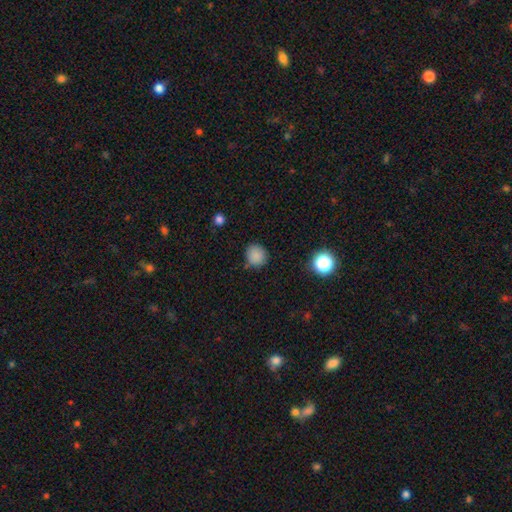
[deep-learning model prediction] smooth_or_featured: smooth (p=0.85) [alt: star or artifact p=0.12]
how_rounded: round (p=0.86) [alt: in between p=0.13]
merging: none (p=0.82) [alt: minor disturbance p=0.13]